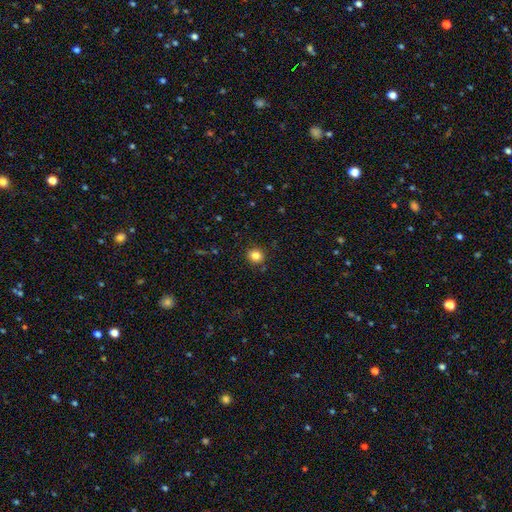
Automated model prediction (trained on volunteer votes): A smooth galaxy with no disk features (83%) that is round (85%).

Vote fractions:
- Smooth or featured? smooth: 83% / star or artifact: 12% / featured or disk: 5%
- How rounded? round: 85% / in between: 14% / cigar-shaped: 1%
- Merging? none: 89% / minor disturbance: 8% / major disturbance: 2% / merger: 2%